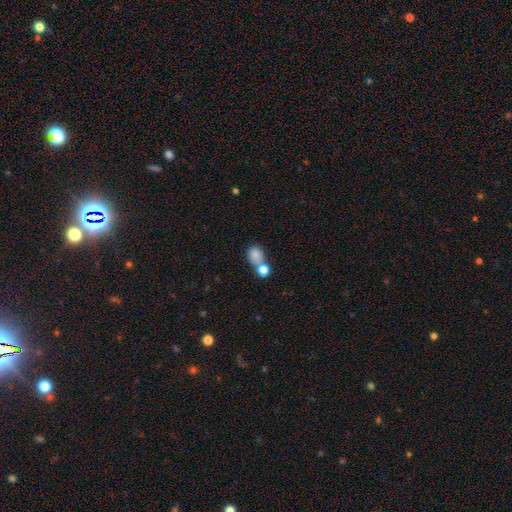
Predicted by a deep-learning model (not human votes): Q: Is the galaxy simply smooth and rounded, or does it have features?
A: smooth — 82%.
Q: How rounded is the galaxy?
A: round — 55%.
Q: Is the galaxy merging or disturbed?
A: merger — 50%.